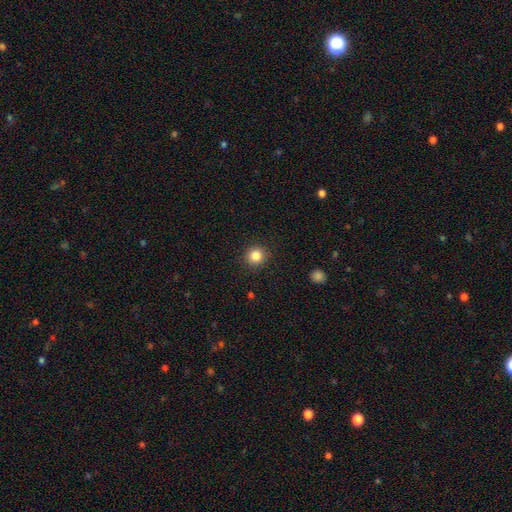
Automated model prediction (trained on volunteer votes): A smooth galaxy with no disk features (84%) that is round (92%).

Vote fractions:
- Smooth or featured? smooth: 84% / star or artifact: 11% / featured or disk: 5%
- How rounded? round: 92% / in between: 7% / cigar-shaped: 1%
- Merging? none: 91% / minor disturbance: 6% / major disturbance: 2% / merger: 1%